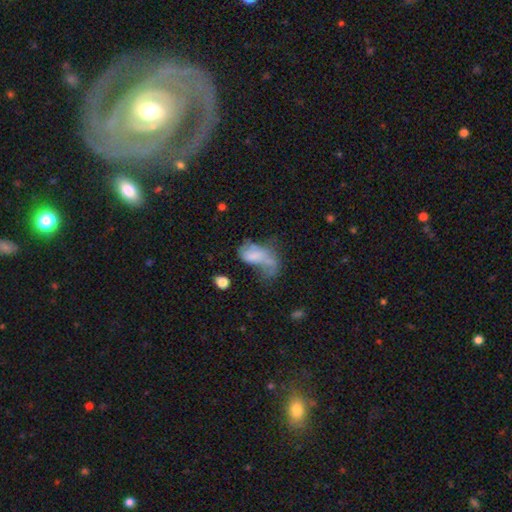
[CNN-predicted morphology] smooth_or_featured: smooth (p=0.51) [alt: featured or disk p=0.36]
how_rounded: in between (p=0.89) [alt: round p=0.07]
merging: major disturbance (p=0.49) [alt: merger p=0.18]